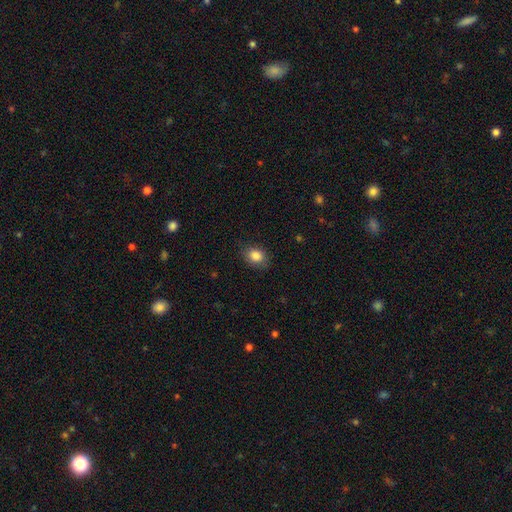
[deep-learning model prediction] smooth-or-featured: smooth: 85% | star or artifact: 9% | featured or disk: 6%
  how-rounded: in between: 57% | round: 42% | cigar-shaped: 1%
  merging: none: 82% | minor disturbance: 14% | major disturbance: 3% | merger: 1%